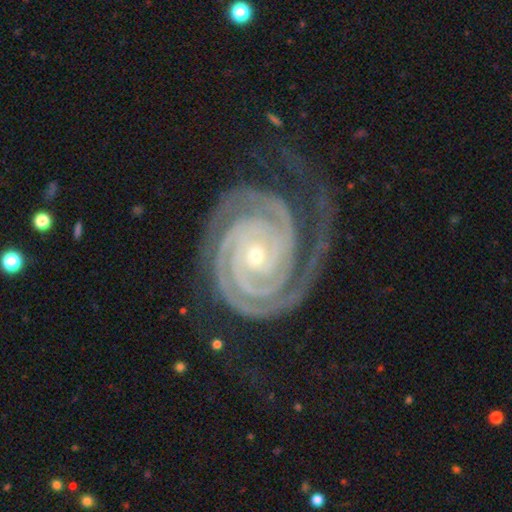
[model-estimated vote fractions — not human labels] This appears to be a featured or disk galaxy (94%) with no bar (66%), 2 (64%) tight (88%) spiral arms (99%) and a small central bulge (71%). Merging: none (70%).